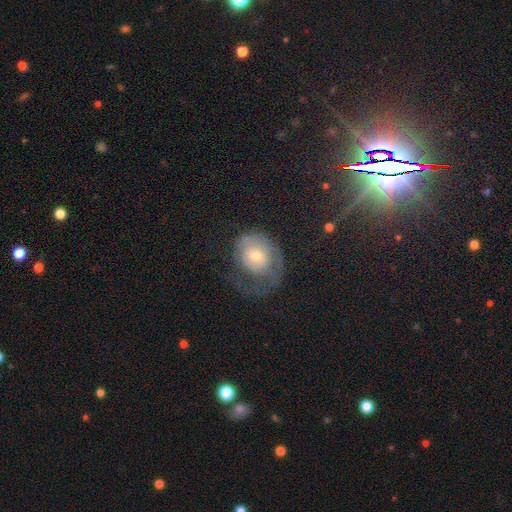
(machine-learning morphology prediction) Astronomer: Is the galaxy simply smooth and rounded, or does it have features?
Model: featured or disk — 48% (runner-up: smooth, 44%).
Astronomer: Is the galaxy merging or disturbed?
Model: major disturbance — 47% (runner-up: none, 30%).